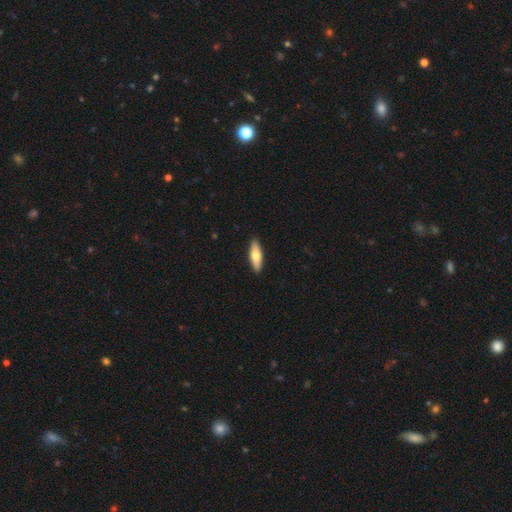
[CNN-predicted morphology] This is likely a smooth galaxy (64%). How rounded: possibly in between (52%). Merging: clearly none (90%).